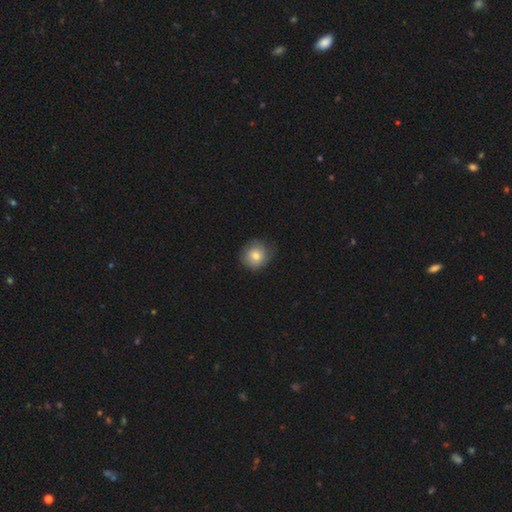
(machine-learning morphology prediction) A smooth galaxy with no disk features (76%) that is round (88%).

Vote fractions:
- Smooth or featured? smooth: 76% / featured or disk: 15% / star or artifact: 9%
- How rounded? round: 88% / in between: 11% / cigar-shaped: 1%
- Merging? none: 73% / minor disturbance: 21% / major disturbance: 5% / merger: 1%